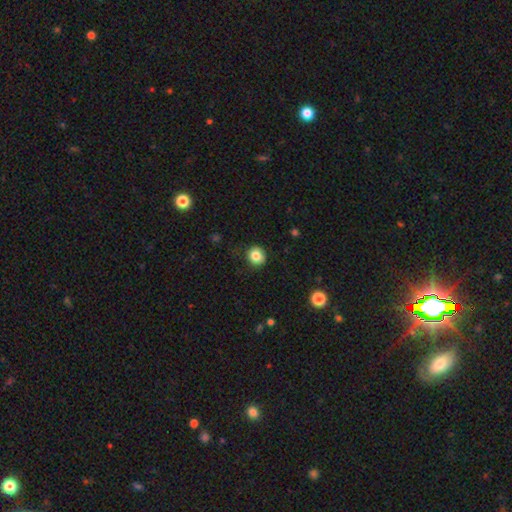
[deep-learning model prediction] This is clearly a smooth galaxy (83%). How rounded: clearly round (87%). Merging: clearly none (84%).